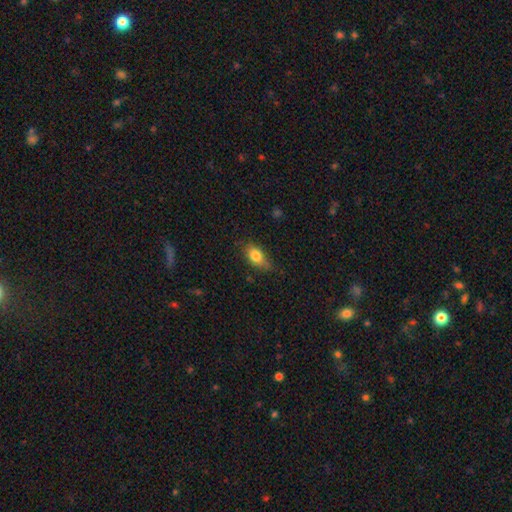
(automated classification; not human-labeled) smooth 79%, featured or disk 12%, star or artifact 8%. Down the decision tree: how rounded — in between (83%); merging — none (63%).